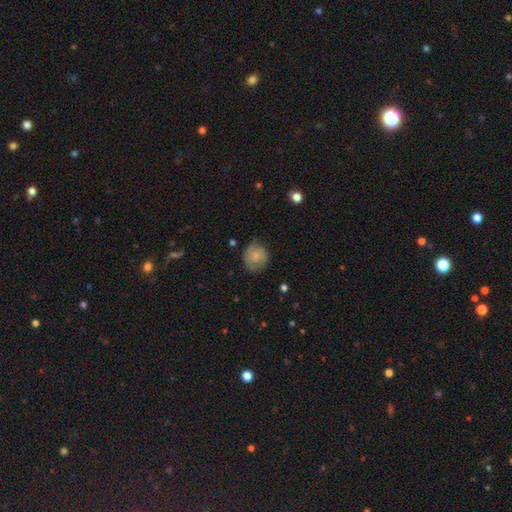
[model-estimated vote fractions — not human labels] smooth_or_featured: smooth (p=0.68) [alt: featured or disk p=0.24]
how_rounded: round (p=0.82) [alt: in between p=0.17]
merging: none (p=0.70) [alt: minor disturbance p=0.23]